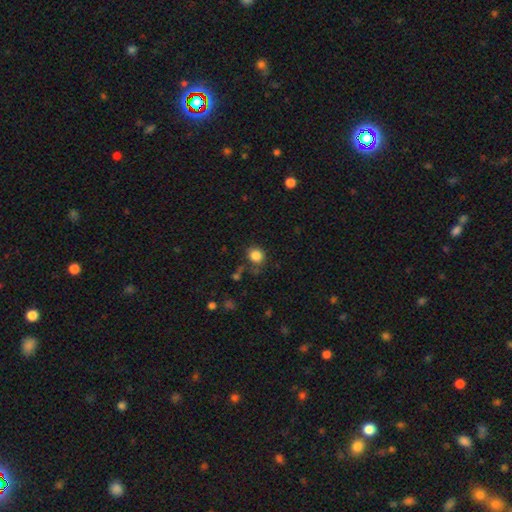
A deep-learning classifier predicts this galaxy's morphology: Smooth or featured: smooth — 84% (star or artifact — 11%)
How rounded: round — 85% (in between — 14%)
Merging: none — 77% (minor disturbance — 13%)